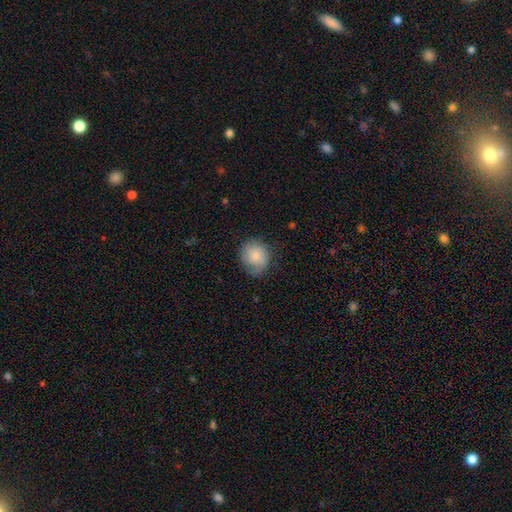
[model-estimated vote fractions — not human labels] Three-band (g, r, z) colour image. It shows a smooth galaxy with no disk features (74%) that is round (76%). Merging: none (67%).